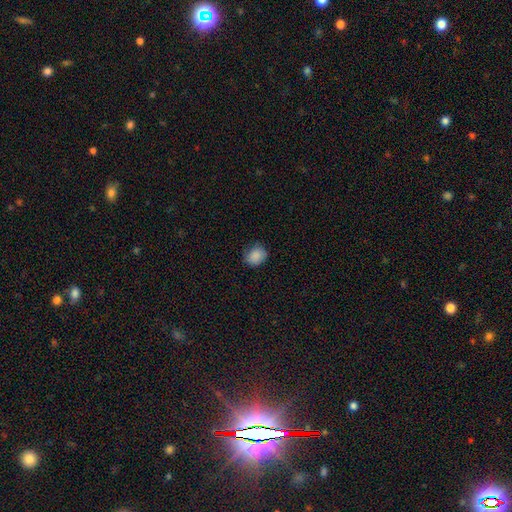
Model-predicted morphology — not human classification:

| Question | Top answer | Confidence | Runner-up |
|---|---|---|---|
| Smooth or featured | smooth | 87% | star or artifact (8%) |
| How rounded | round | 56% | in between (43%) |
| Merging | none | 74% | minor disturbance (20%) |